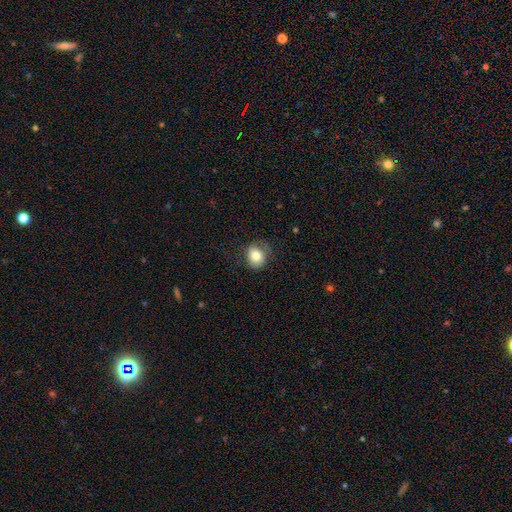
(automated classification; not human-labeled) Morphology: type=smooth (80%); roundness=round (68%); merging=none (68%).